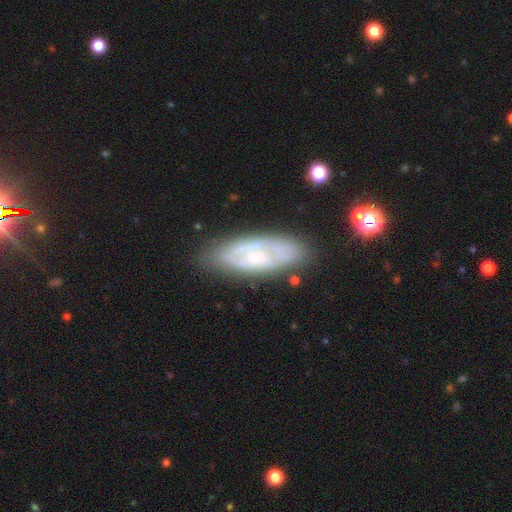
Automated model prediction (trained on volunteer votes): This is likely a featured or disk galaxy (68%). It is clearly not viewed edge-on (85%). Bar: likely no (64%). Spiral arm pattern: likely yes (61%). Central bulge: possibly small (47%). Merging: likely none (71%).